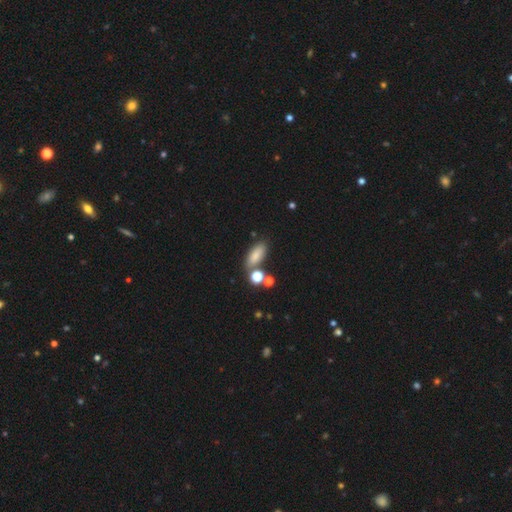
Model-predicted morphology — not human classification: smooth 81%, star or artifact 11%, featured or disk 8%. Down the decision tree: how rounded — in between (76%); merging — none (66%).